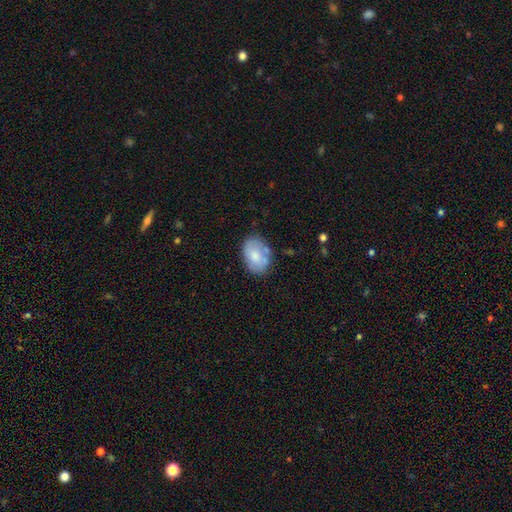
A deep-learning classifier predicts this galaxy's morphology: A smooth galaxy with no disk features (68%) that is in between round and cigar-shaped (79%).

Vote fractions:
- Smooth or featured? smooth: 68% / featured or disk: 26% / star or artifact: 7%
- How rounded? in between: 79% / round: 20% / cigar-shaped: 1%
- Merging? none: 65% / minor disturbance: 23% / major disturbance: 6% / merger: 5%